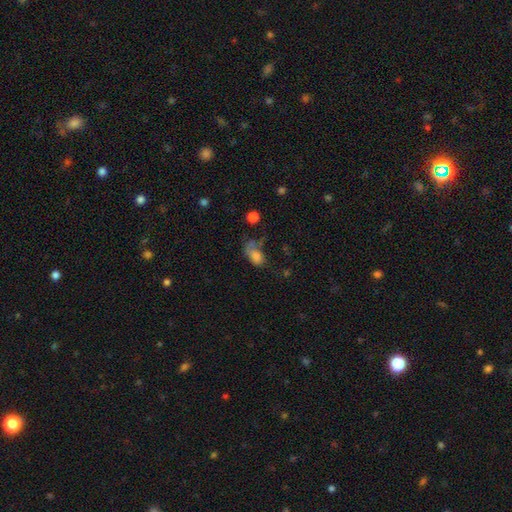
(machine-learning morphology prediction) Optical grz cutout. It shows a smooth galaxy with no disk features (68%) that is in between round and cigar-shaped (82%). Merging: major disturbance (40%).